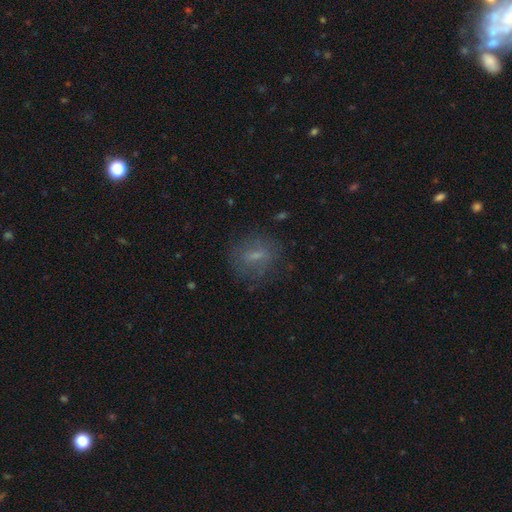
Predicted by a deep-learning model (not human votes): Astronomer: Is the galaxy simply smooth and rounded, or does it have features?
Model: smooth — 53% (runner-up: featured or disk, 33%).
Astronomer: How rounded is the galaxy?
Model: round — 53% (runner-up: in between, 40%).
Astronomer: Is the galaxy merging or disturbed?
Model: none — 74%.